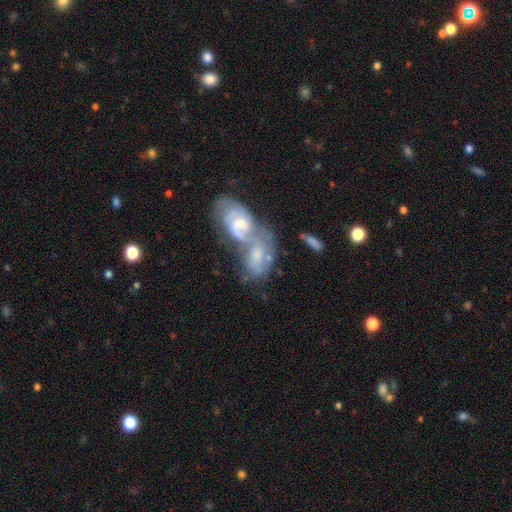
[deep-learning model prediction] Smooth or featured? Predicted: featured or disk (p=0.71). Edge-on disk? Predicted: no (p=0.94). Bar? Predicted: no (p=0.53). Spiral arms? Predicted: yes (p=0.85). Spiral winding? Predicted: medium (p=0.43). Spiral arm count? Predicted: 2 (p=0.54). Bulge size? Predicted: small (p=0.47). Merging? Predicted: merger (p=0.73).